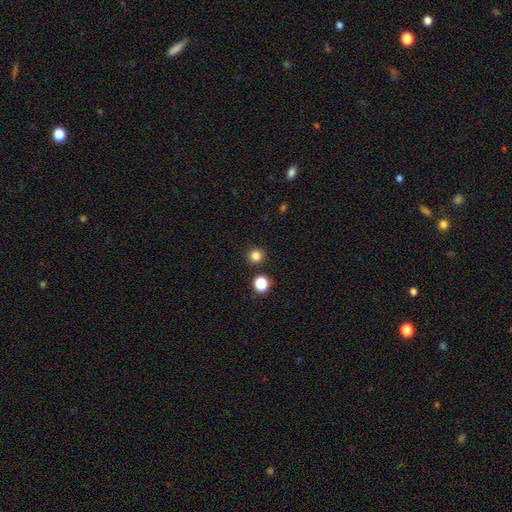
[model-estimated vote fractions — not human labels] smooth 82%, star or artifact 14%, featured or disk 4%. Down the decision tree: how rounded — round (94%); merging — none (90%).